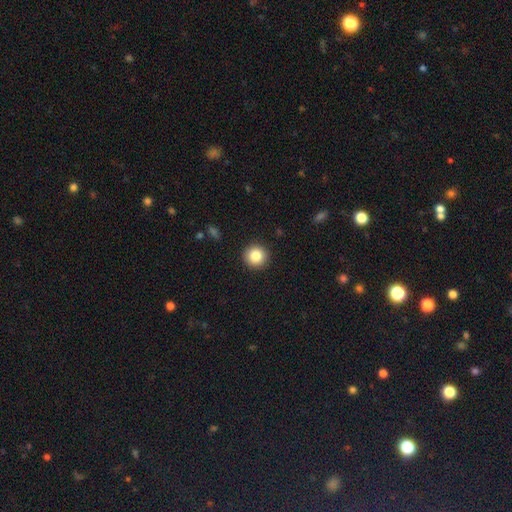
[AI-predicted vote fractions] Smooth or featured? Predicted: smooth (p=0.85). How rounded? Predicted: round (p=0.95). Merging? Predicted: none (p=0.93).